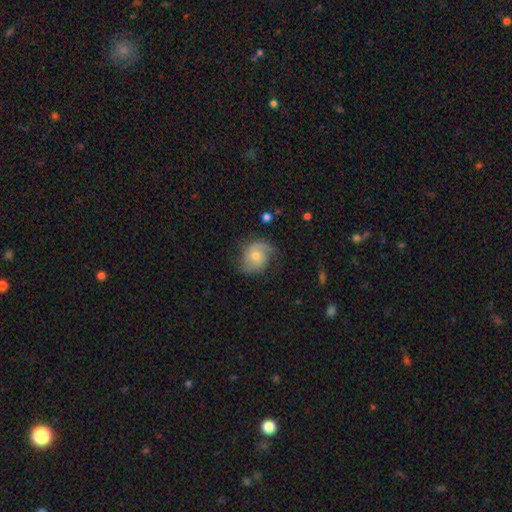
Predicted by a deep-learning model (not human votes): Smooth or featured? Predicted: featured or disk (p=0.64). Edge-on disk? Predicted: no (p=0.97). Bar? Predicted: no (p=0.65). Spiral arms? Predicted: yes (p=0.92). Spiral winding? Predicted: medium (p=0.45). Spiral arm count? Predicted: 2 (p=0.78). Bulge size? Predicted: moderate (p=0.54). Merging? Predicted: none (p=0.64).